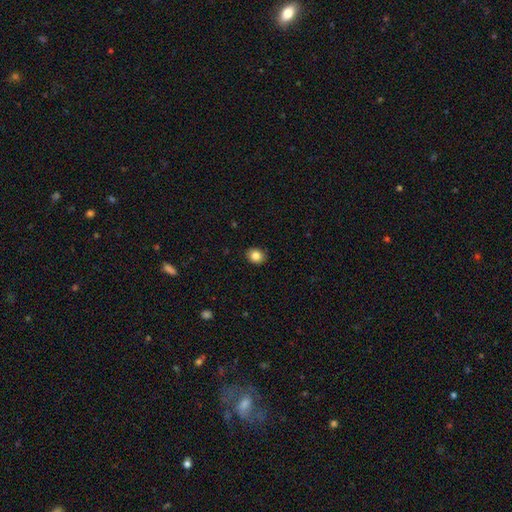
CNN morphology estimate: A smooth galaxy with no disk features (85%) that is round (62%). Merging: none (88%).